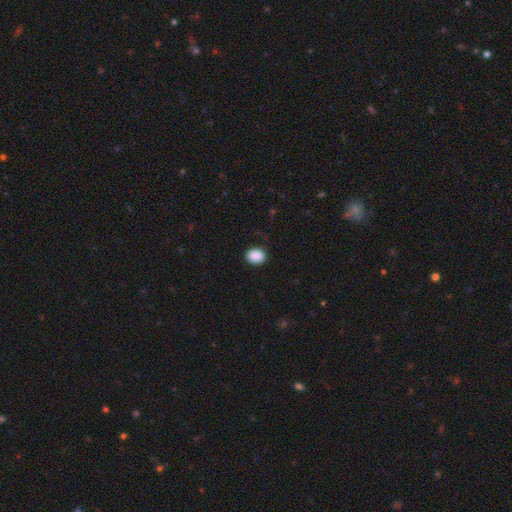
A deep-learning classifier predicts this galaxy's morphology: Smooth or featured? smooth (90%)
How rounded? in between (55%)
Merging? none (89%)